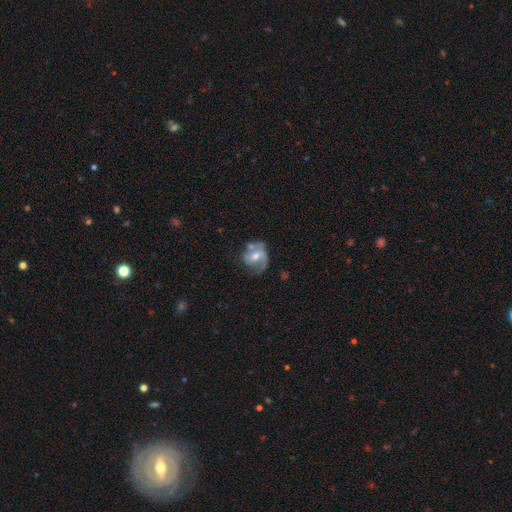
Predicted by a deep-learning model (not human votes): featured or disk 62%, smooth 31%, star or artifact 8%. Down the decision tree: edge-on disk — no (97%); bar — no (48%); spiral arms — yes (72%); bulge size — moderate (66%); merging — none (38%).